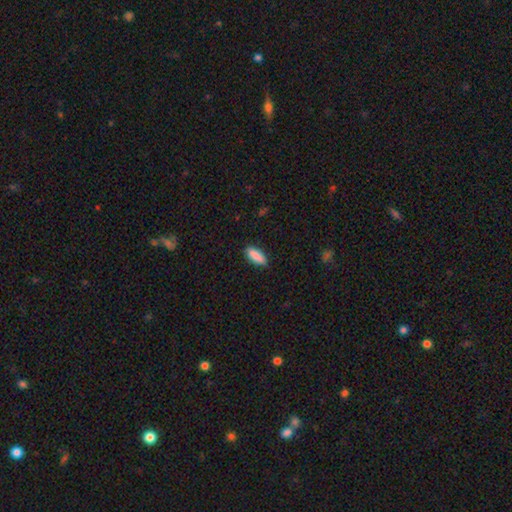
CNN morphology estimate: This appears to be a smooth galaxy with no disk features (88%) that is in between round and cigar-shaped (65%). Merging: none (87%).